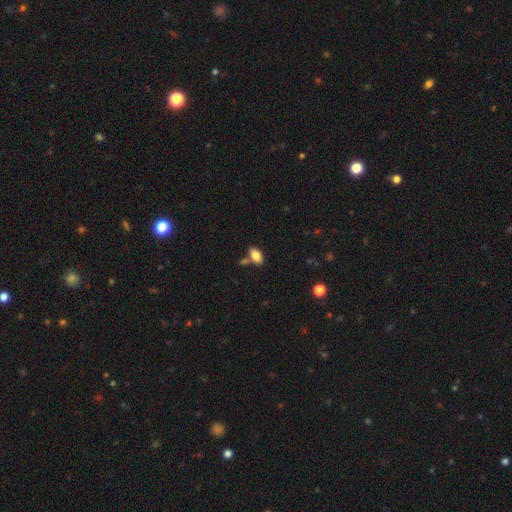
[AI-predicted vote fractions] Overall: smooth (82%). How rounded: in between (92%). Merging: none (67%).